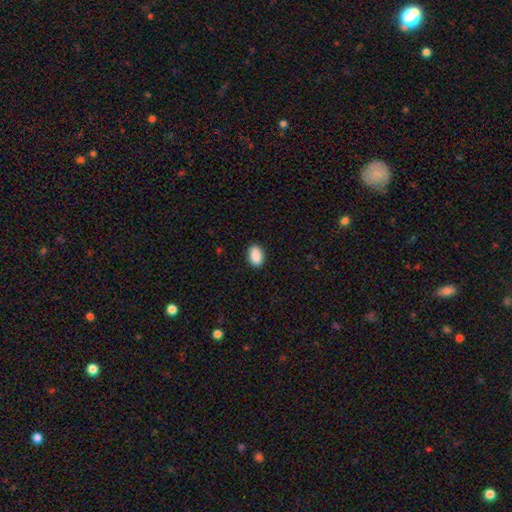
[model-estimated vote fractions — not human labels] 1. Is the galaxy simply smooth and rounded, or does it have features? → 90% smooth, 7% star or artifact, 3% featured or disk.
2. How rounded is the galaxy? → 91% in between, 7% round, 2% cigar-shaped.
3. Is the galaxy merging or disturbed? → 89% none, 8% minor disturbance, 2% major disturbance, 1% merger.